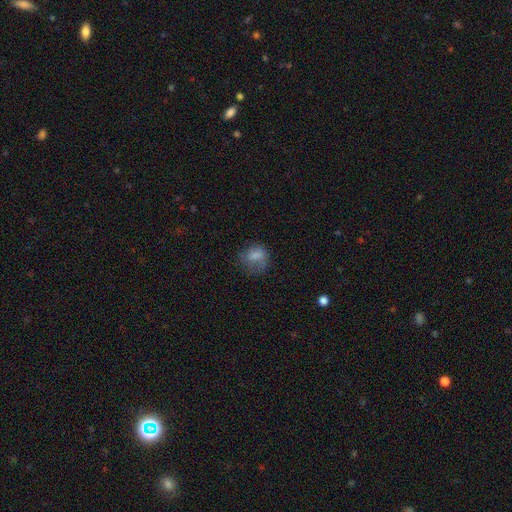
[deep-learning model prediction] Smooth or featured? Predicted: smooth (p=0.71). How rounded? Predicted: round (p=0.58). Merging? Predicted: none (p=0.48).